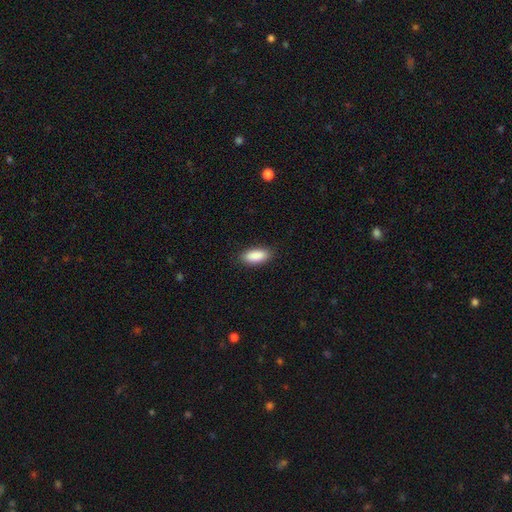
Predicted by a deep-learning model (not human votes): smooth_or_featured: smooth (p=0.90) [alt: star or artifact p=0.06]
how_rounded: in between (p=0.87) [alt: cigar-shaped p=0.10]
merging: none (p=0.88) [alt: minor disturbance p=0.09]